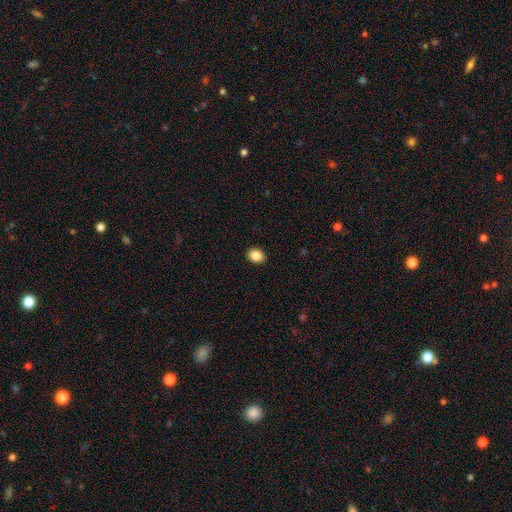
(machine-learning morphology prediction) Smooth or featured: smooth — 87% (star or artifact — 9%)
How rounded: in between — 56% (round — 43%)
Merging: none — 91% (minor disturbance — 6%)